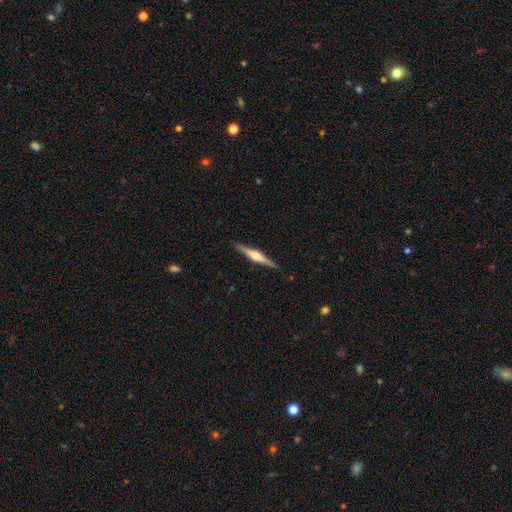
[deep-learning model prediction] Smooth or featured: featured or disk — 74% (smooth — 20%)
Edge-on disk: yes — 98% (no — 2%)
Edge-on bulge: rounded — 88% (boxy — 8%)
Merging: none — 90% (minor disturbance — 7%)